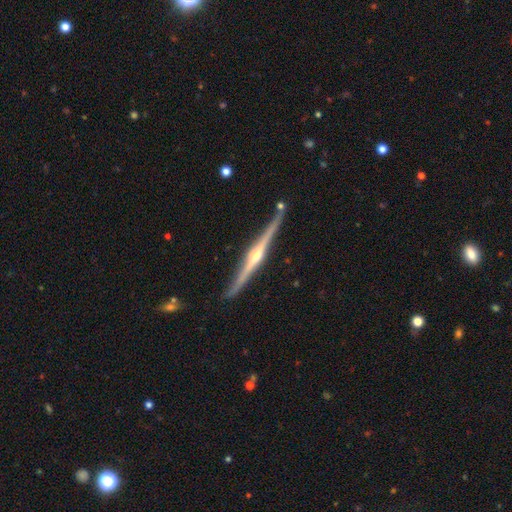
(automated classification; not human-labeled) Smooth or featured?
  - featured or disk: 85% *
  - smooth: 10%
  - star or artifact: 5%
Edge-on disk?
  - yes: 98% *
  - no: 2%
Edge-on bulge?
  - rounded: 86% *
  - none: 8%
  - boxy: 6%
Merging?
  - none: 85% *
  - minor disturbance: 11%
  - merger: 3%
  - major disturbance: 2%